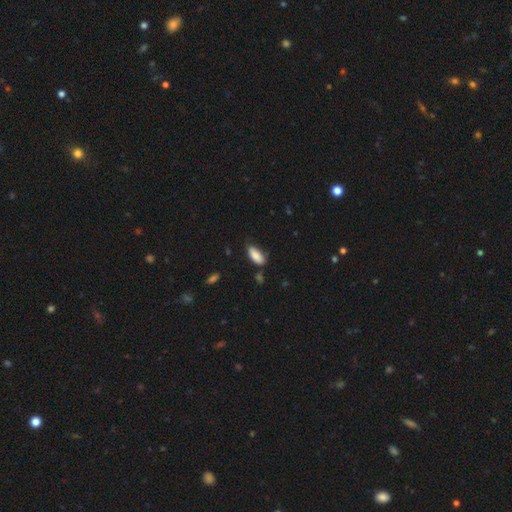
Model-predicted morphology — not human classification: Smooth or featured? Predicted: smooth (p=0.84). How rounded? Predicted: in between (p=0.85). Merging? Predicted: none (p=0.69).